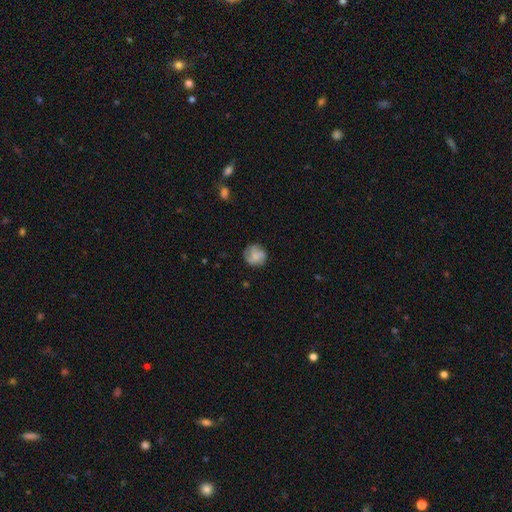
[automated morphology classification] A smooth galaxy with no disk features (51%) that is round (85%).

Vote fractions:
- Smooth or featured? smooth: 51% / featured or disk: 41% / star or artifact: 8%
- How rounded? round: 85% / in between: 14% / cigar-shaped: 1%
- Merging? none: 75% / minor disturbance: 17% / major disturbance: 6% / merger: 1%